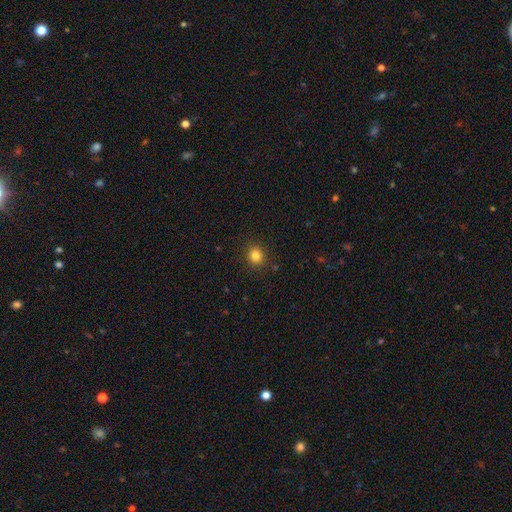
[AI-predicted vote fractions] This appears to be a smooth galaxy with no disk features (82%) that is round (82%). Merging: none (90%).